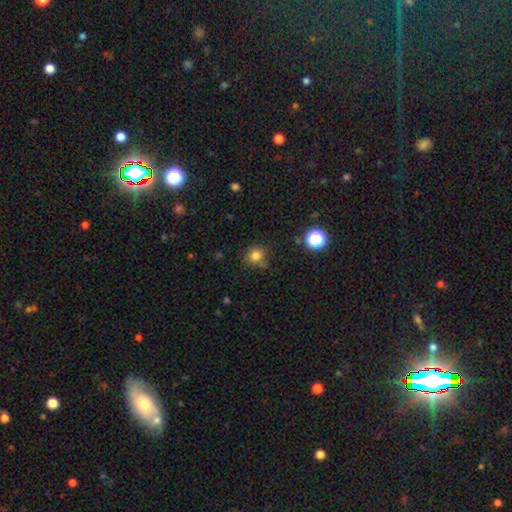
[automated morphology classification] This is likely a smooth galaxy (79%). How rounded: clearly round (86%). Merging: likely none (71%).